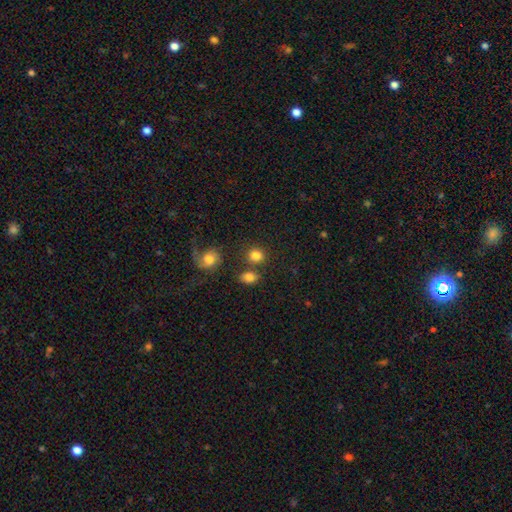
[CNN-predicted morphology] smooth_or_featured: smooth (p=0.82) [alt: star or artifact p=0.10]
how_rounded: round (p=0.78) [alt: in between p=0.21]
merging: none (p=0.69) [alt: merger p=0.16]